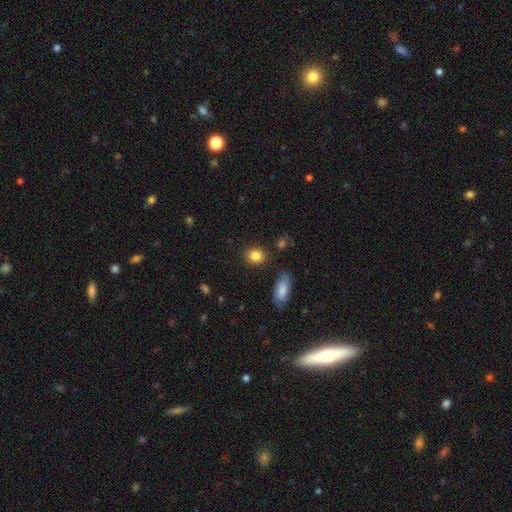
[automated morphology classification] Smooth or featured?
  - smooth: 85% *
  - star or artifact: 9%
  - featured or disk: 6%
How rounded?
  - round: 67% *
  - in between: 31%
  - cigar-shaped: 1%
Merging?
  - none: 85% *
  - minor disturbance: 9%
  - merger: 3%
  - major disturbance: 3%